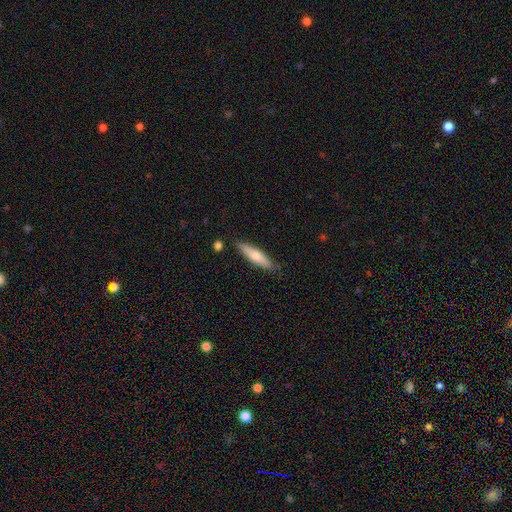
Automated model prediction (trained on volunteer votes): Smooth or featured: smooth — 64% (featured or disk — 31%)
How rounded: cigar-shaped — 78% (in between — 21%)
Merging: none — 83% (minor disturbance — 12%)